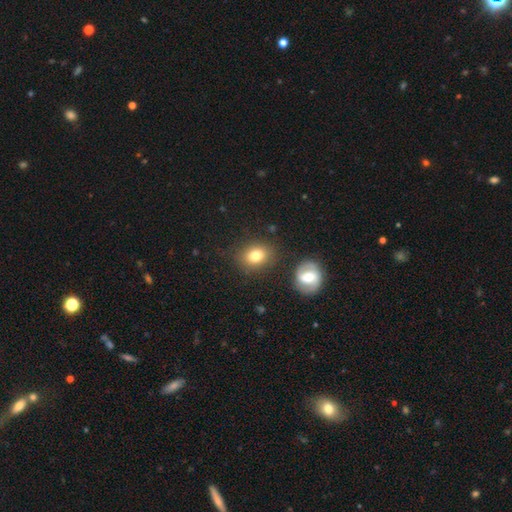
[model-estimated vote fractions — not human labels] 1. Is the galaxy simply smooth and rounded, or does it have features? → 80% smooth, 10% featured or disk, 10% star or artifact.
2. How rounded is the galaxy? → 53% round, 46% in between, 1% cigar-shaped.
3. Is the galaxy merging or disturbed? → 81% none, 11% minor disturbance, 5% merger, 3% major disturbance.